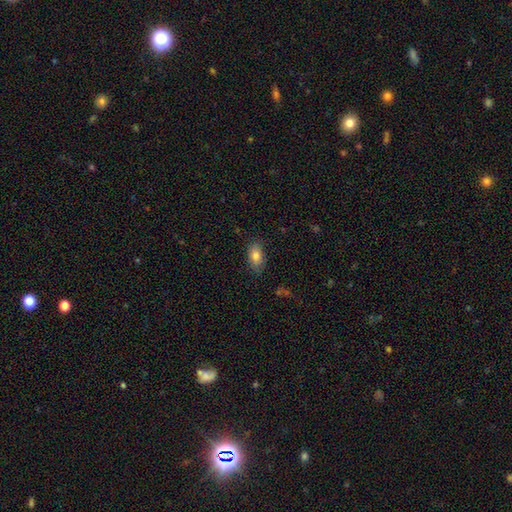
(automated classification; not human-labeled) Smooth or featured?
  - smooth: 83% *
  - featured or disk: 9%
  - star or artifact: 8%
How rounded?
  - in between: 91% *
  - round: 6%
  - cigar-shaped: 4%
Merging?
  - none: 81% *
  - minor disturbance: 14%
  - major disturbance: 3%
  - merger: 1%